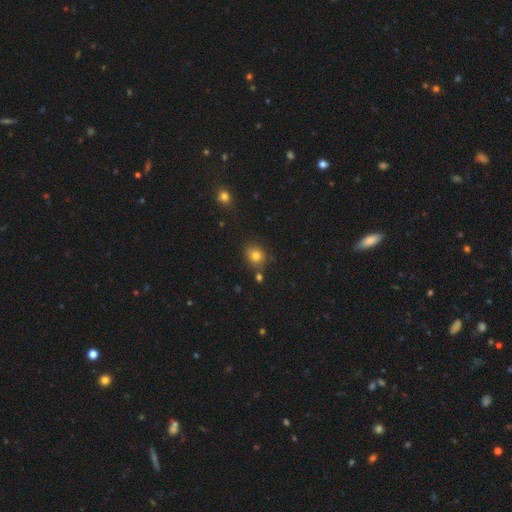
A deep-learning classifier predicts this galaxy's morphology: smooth 80%, star or artifact 13%, featured or disk 8%. Down the decision tree: how rounded — round (64%); merging — none (73%).